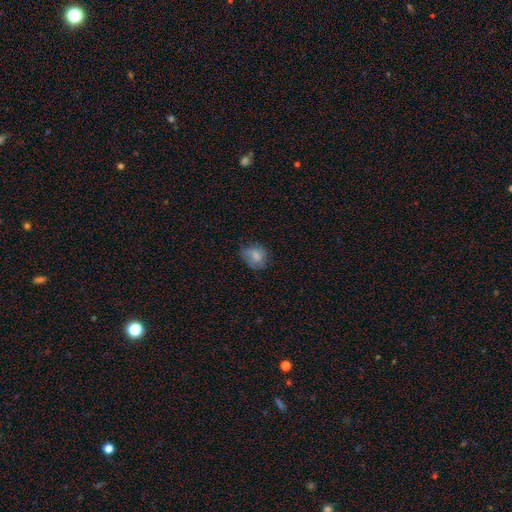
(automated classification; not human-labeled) smooth_or_featured: smooth (p=0.71) [alt: featured or disk p=0.19]
how_rounded: round (p=0.56) [alt: in between p=0.43]
merging: none (p=0.57) [alt: minor disturbance p=0.29]